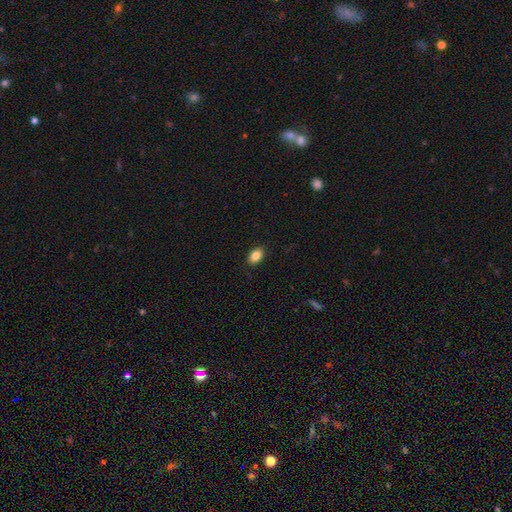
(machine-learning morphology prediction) A smooth galaxy with no disk features (85%) that is in between round and cigar-shaped (85%).

Vote fractions:
- Smooth or featured? smooth: 85% / star or artifact: 9% / featured or disk: 6%
- How rounded? in between: 85% / round: 14% / cigar-shaped: 1%
- Merging? none: 89% / minor disturbance: 8% / major disturbance: 2% / merger: 1%